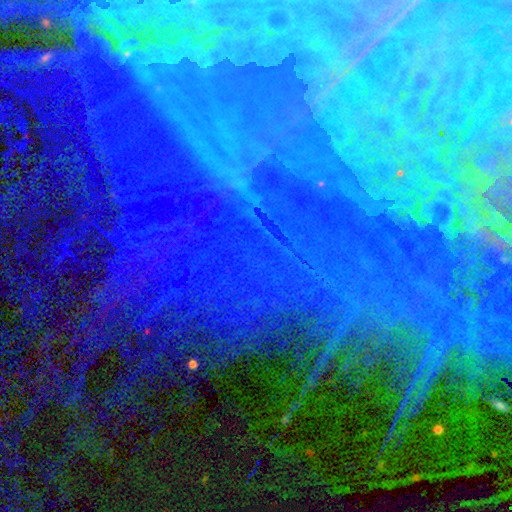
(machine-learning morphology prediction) This appears to be a star or artifact, not a galaxy (74%).